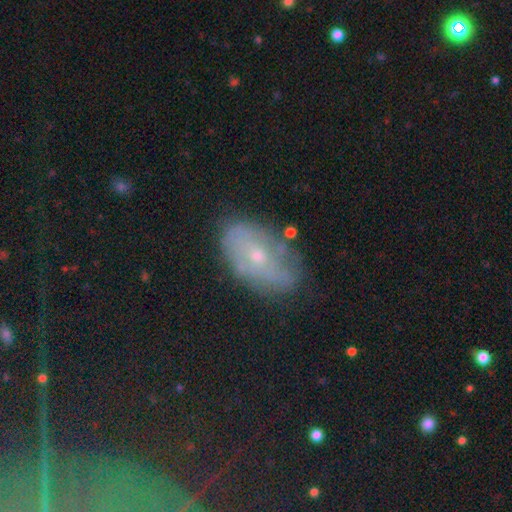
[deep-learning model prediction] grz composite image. It shows a featured or disk galaxy (49%). Merging: none (68%).